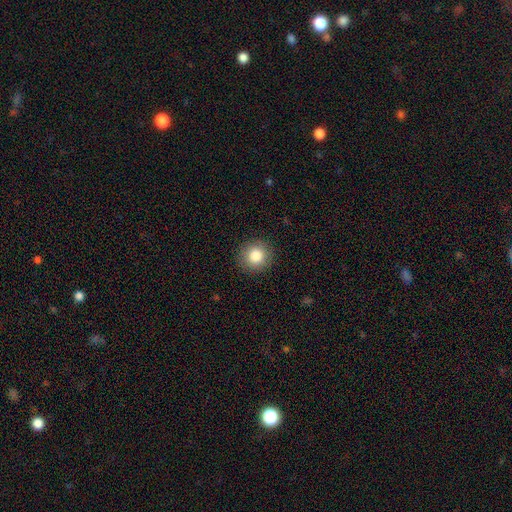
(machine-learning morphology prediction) Smooth or featured: smooth — 83% (star or artifact — 10%)
How rounded: round — 92% (in between — 7%)
Merging: none — 91% (minor disturbance — 6%)